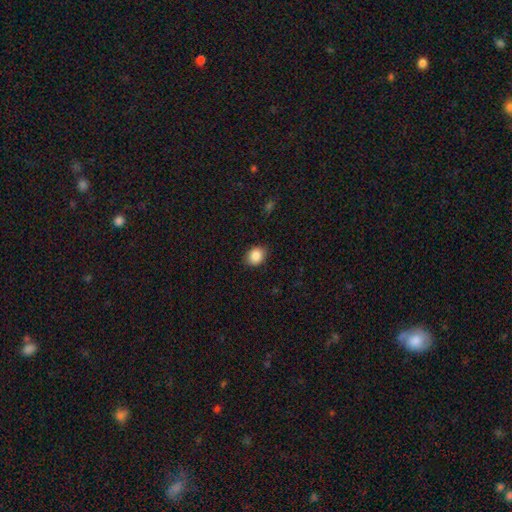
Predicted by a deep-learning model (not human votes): A smooth galaxy with no disk features (87%) that is round (53%).

Vote fractions:
- Smooth or featured? smooth: 87% / star or artifact: 9% / featured or disk: 4%
- How rounded? round: 53% / in between: 46% / cigar-shaped: 1%
- Merging? none: 87% / minor disturbance: 9% / major disturbance: 2% / merger: 1%